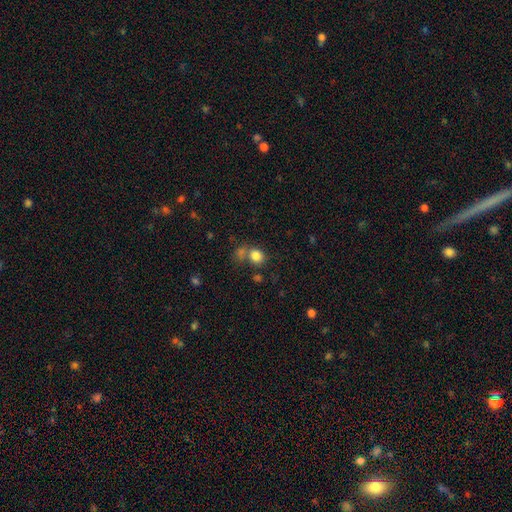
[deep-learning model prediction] Smooth or featured? smooth (82%)
How rounded? round (74%)
Merging? none (59%)